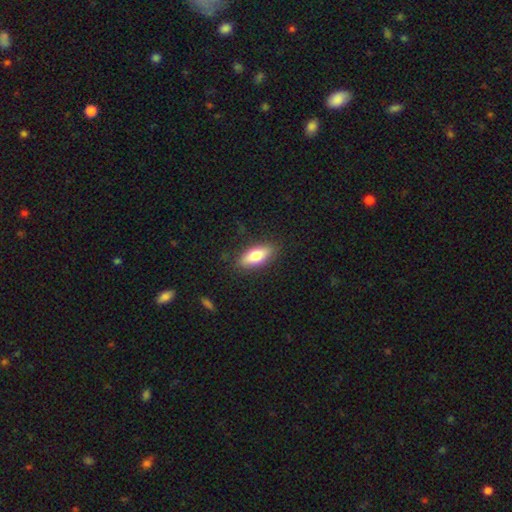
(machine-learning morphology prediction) type=smooth (77%); roundness=in between (77%); merging=none (86%).